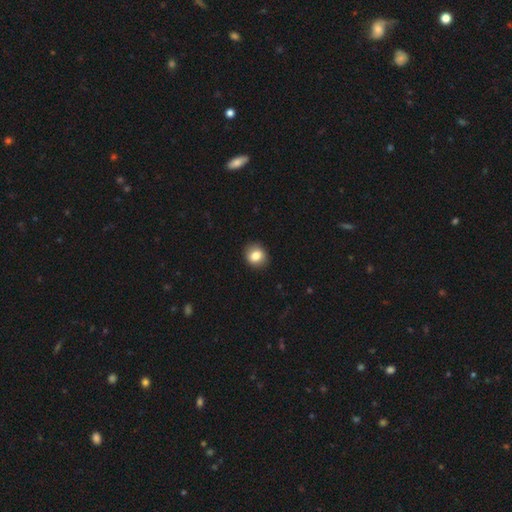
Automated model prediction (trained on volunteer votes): The model was most divided on "how rounded": round: 74%, in between: 25%, cigar-shaped: 1%. More confident: merging — none (89%); smooth or featured — smooth (82%).